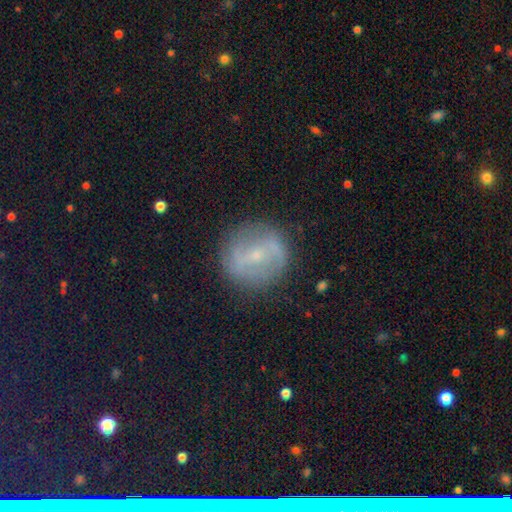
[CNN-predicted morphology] Smooth or featured: featured or disk — 61% (smooth — 28%)
Edge-on disk: no — 94% (yes — 6%)
Bar: weak — 43% (strong — 35%)
Spiral arms: yes — 65% (no — 35%)
Bulge size: small — 70% (moderate — 23%)
Merging: none — 83% (minor disturbance — 12%)